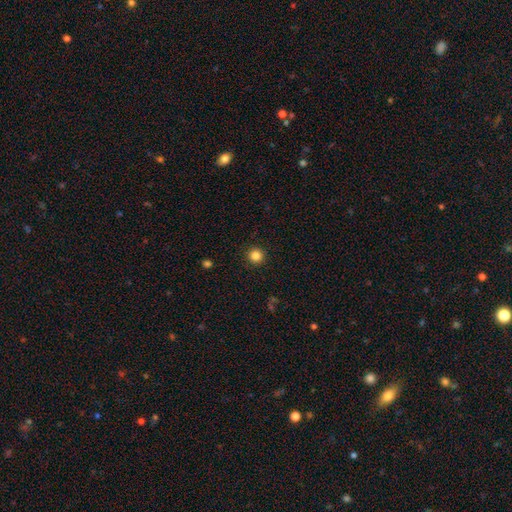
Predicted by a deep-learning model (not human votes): Smooth or featured? Predicted: smooth (p=0.84). How rounded? Predicted: round (p=0.96). Merging? Predicted: none (p=0.93).